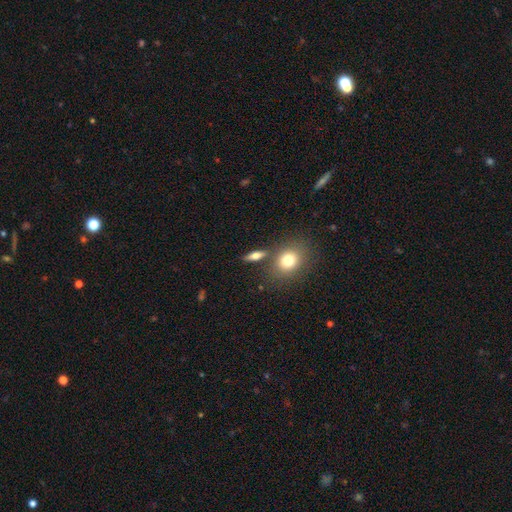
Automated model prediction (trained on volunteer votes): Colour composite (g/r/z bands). It shows a smooth galaxy with no disk features (68%) that is in between round and cigar-shaped (52%). Merging: none (75%).